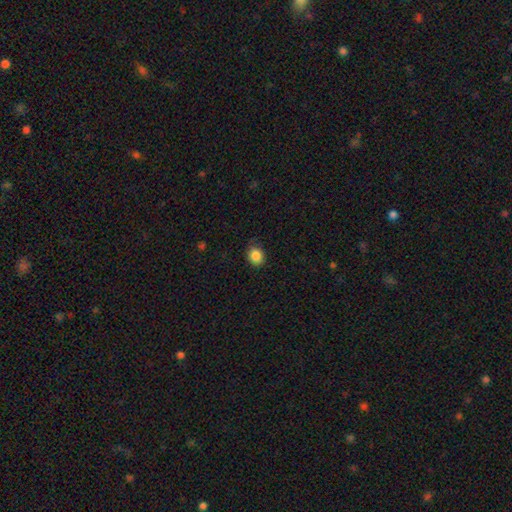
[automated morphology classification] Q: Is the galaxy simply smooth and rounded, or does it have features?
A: smooth — 86%.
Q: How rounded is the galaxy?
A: round — 63%.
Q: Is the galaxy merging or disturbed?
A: none — 78%.